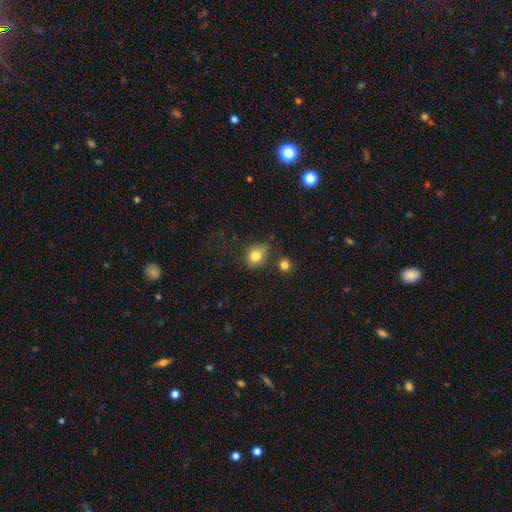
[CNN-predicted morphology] smooth_or_featured: smooth (p=0.79) [alt: star or artifact p=0.11]
how_rounded: round (p=0.54) [alt: in between p=0.44]
merging: none (p=0.61) [alt: minor disturbance p=0.24]